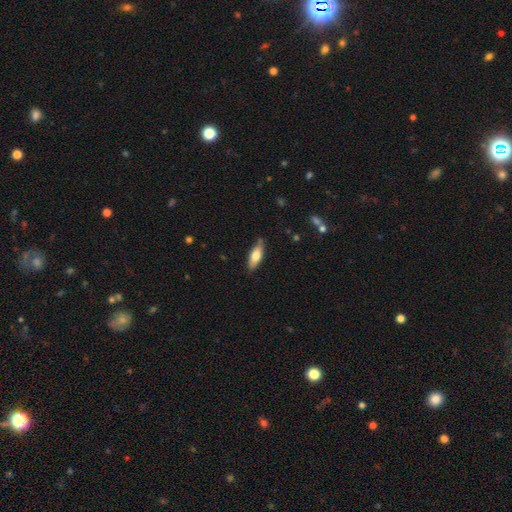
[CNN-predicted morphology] The model was most divided on "how rounded": in between: 61%, cigar-shaped: 37%, round: 2%. More confident: merging — none (80%); smooth or featured — smooth (69%).